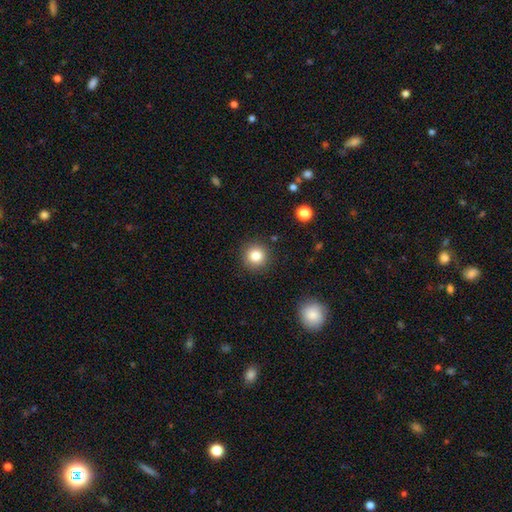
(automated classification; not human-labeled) Morphology: type=smooth (83%); roundness=round (94%); merging=none (89%).